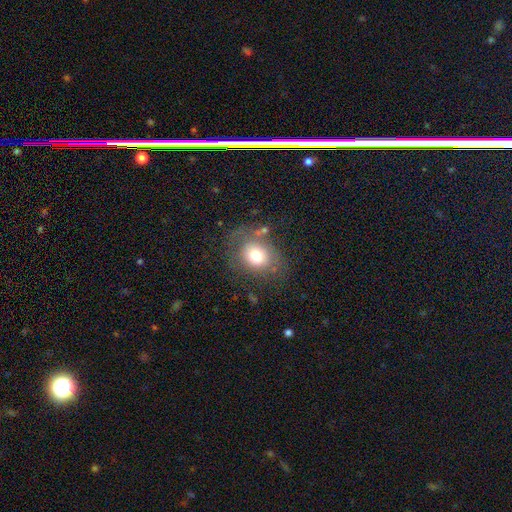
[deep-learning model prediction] A smooth galaxy with no disk features (70%) that is round (51%).

Vote fractions:
- Smooth or featured? smooth: 70% / featured or disk: 19% / star or artifact: 11%
- How rounded? round: 51% / in between: 48% / cigar-shaped: 1%
- Merging? none: 63% / minor disturbance: 20% / major disturbance: 12% / merger: 5%